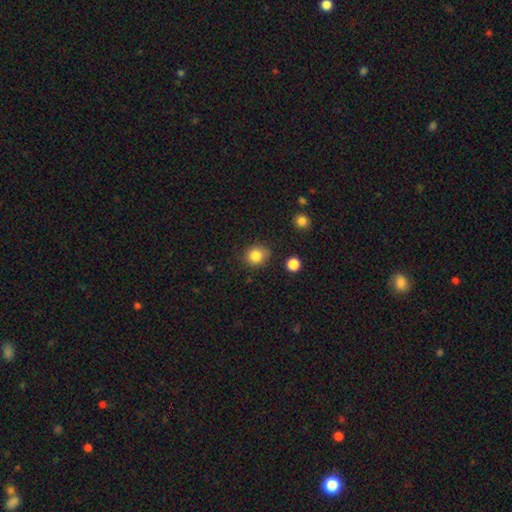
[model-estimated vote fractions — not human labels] A smooth galaxy with no disk features (85%) that is round (83%). Merging: none (81%).